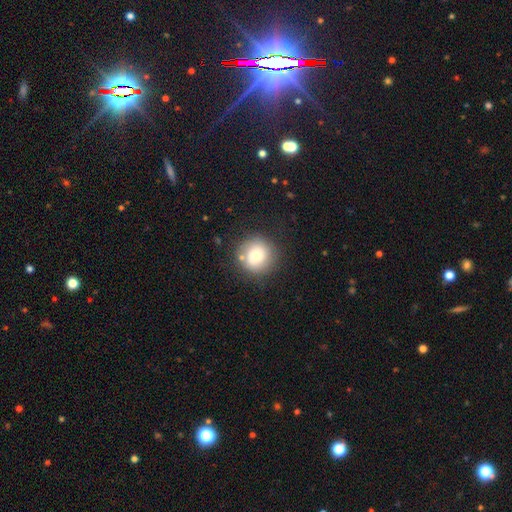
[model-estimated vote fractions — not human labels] Q: Smooth or featured?
A: smooth (66%); runner-up: featured or disk (25%)
Q: How rounded?
A: round (92%); runner-up: in between (7%)
Q: Merging?
A: none (76%); runner-up: minor disturbance (14%)